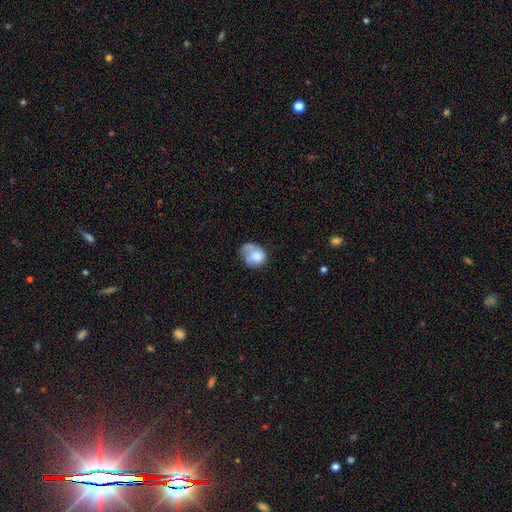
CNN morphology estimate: smooth 63%, featured or disk 29%, star or artifact 8%. Down the decision tree: how rounded — round (58%); merging — none (34%).